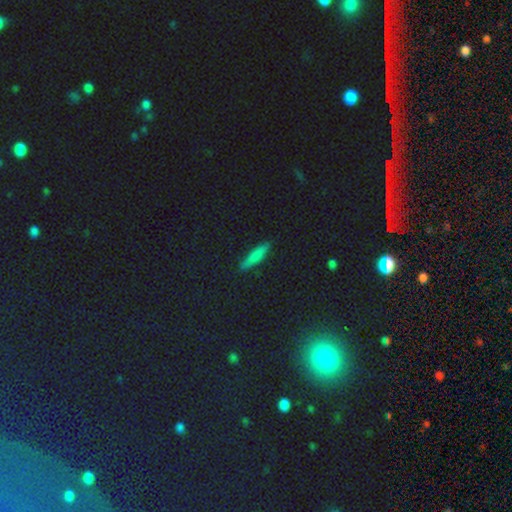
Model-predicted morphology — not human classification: smooth-or-featured: smooth: 72% | star or artifact: 15% | featured or disk: 13%
  how-rounded: cigar-shaped: 77% | in between: 19% | round: 4%
  merging: none: 87% | minor disturbance: 9% | major disturbance: 2% | merger: 2%